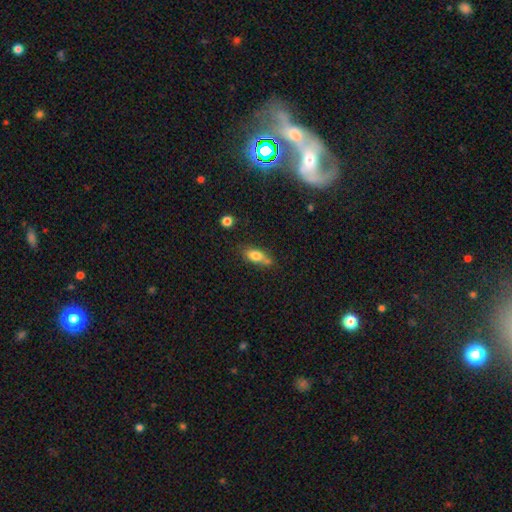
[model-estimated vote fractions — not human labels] Smooth or featured: smooth — 77% (featured or disk — 14%)
How rounded: in between — 80% (cigar-shaped — 13%)
Merging: none — 53% (minor disturbance — 23%)